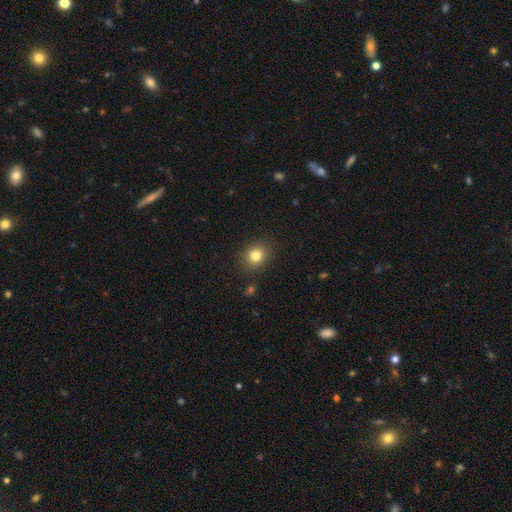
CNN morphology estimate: smooth 81%, star or artifact 12%, featured or disk 7%. Down the decision tree: how rounded — round (73%); merging — none (88%).